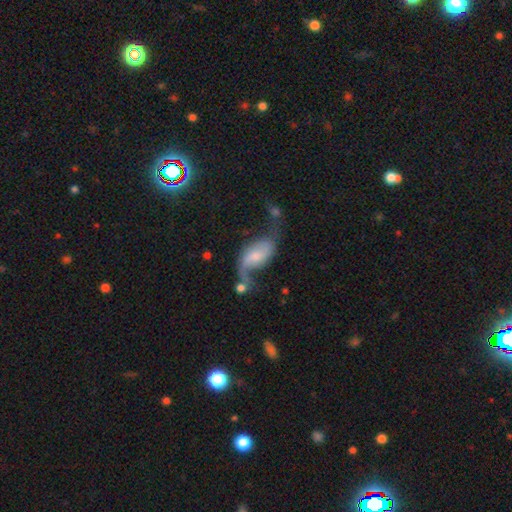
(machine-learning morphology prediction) The model was most divided on "merging" (2-way tie): major disturbance: 29%, none: 29%, merger: 21%, minor disturbance: 21%. Remaining: edge-on disk — no (95%); spiral arms — yes (86%); spiral winding — loose (79%); spiral arm count — 2 (73%); smooth or featured — featured or disk (64%); bar — no (44%); bulge size — small (39%).